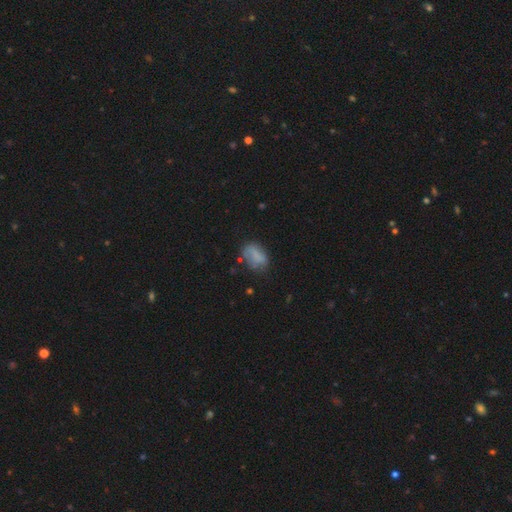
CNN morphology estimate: The model was most divided on "merging": none: 52%, minor disturbance: 30%, major disturbance: 13%, merger: 4%. More confident: how rounded — in between (83%); smooth or featured — smooth (71%).